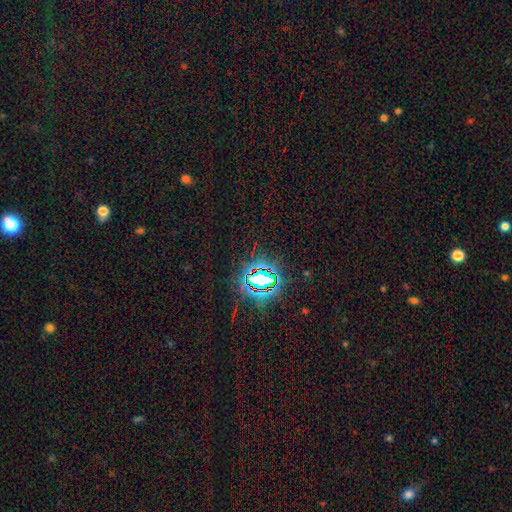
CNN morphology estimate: type=star or artifact (82%).